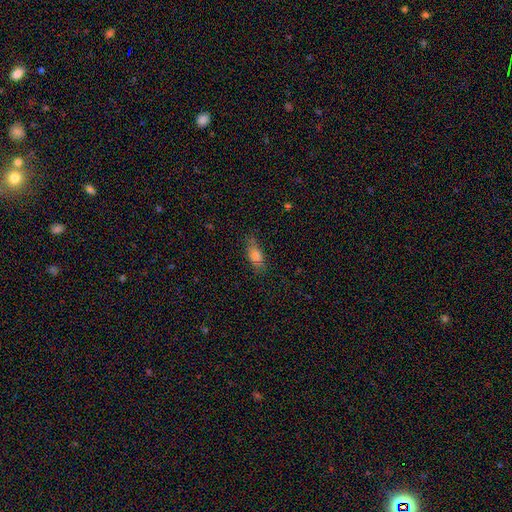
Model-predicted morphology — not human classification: Smooth or featured?
  - smooth: 78% *
  - featured or disk: 12%
  - star or artifact: 10%
How rounded?
  - in between: 82% *
  - cigar-shaped: 14%
  - round: 4%
Merging?
  - none: 67% *
  - minor disturbance: 23%
  - major disturbance: 8%
  - merger: 2%